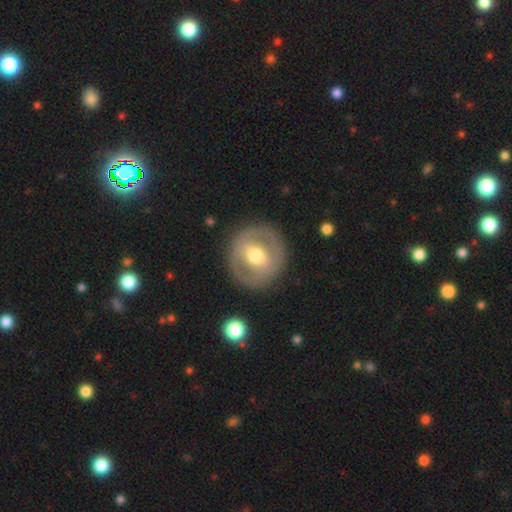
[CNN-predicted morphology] The model was most divided on "bar": weak: 38%, strong: 32%, no: 30%. More confident: edge-on disk — no (95%); merging — none (85%); bulge size — moderate (73%); spiral arms — no (72%); smooth or featured — featured or disk (60%).